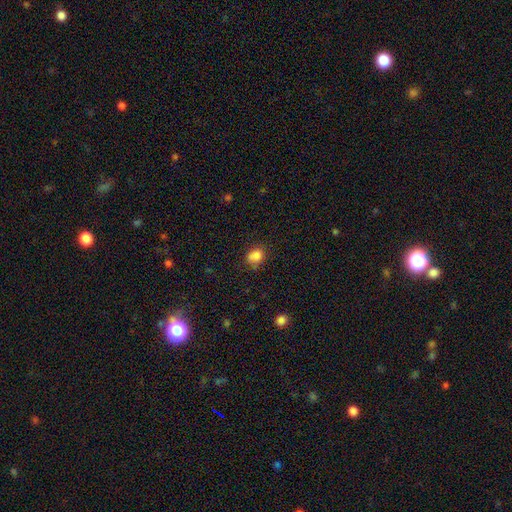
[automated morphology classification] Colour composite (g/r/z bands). It shows a smooth galaxy with no disk features (82%) that is in between round and cigar-shaped (50%). Merging: none (61%).